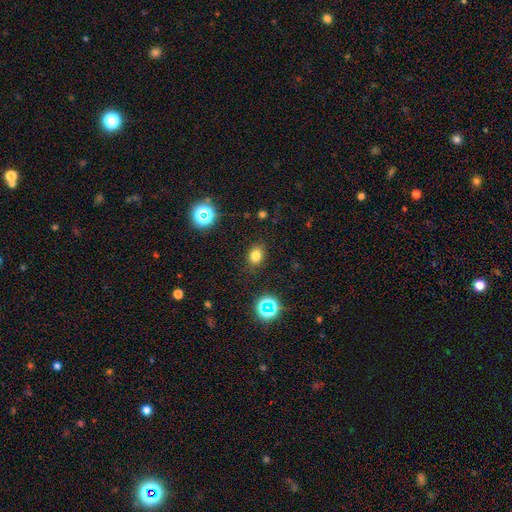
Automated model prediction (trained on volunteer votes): smooth_or_featured: smooth (p=0.77) [alt: star or artifact p=0.16]
how_rounded: in between (p=0.59) [alt: round p=0.40]
merging: none (p=0.86) [alt: minor disturbance p=0.10]